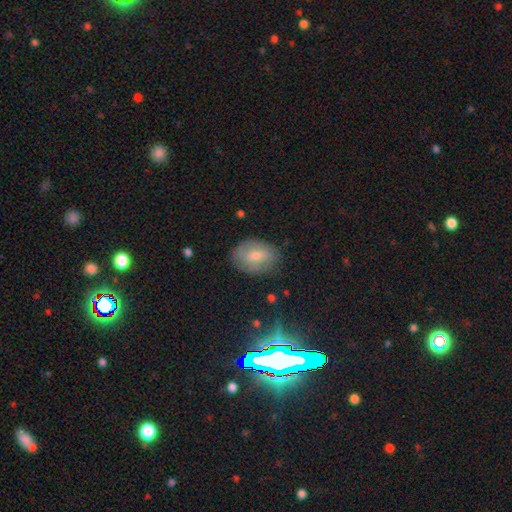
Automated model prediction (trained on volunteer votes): Smooth or featured? smooth (52%)
How rounded? in between (69%)
Merging? none (77%)